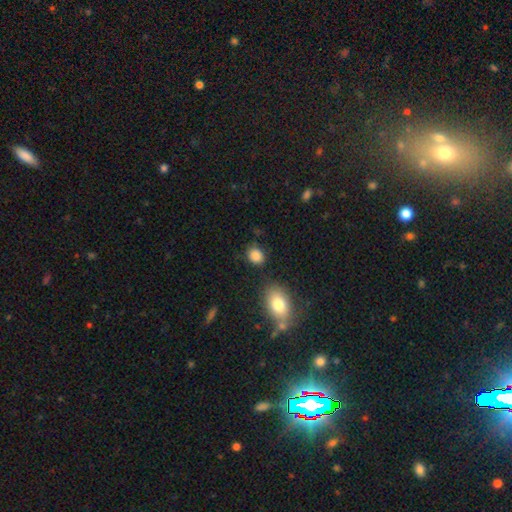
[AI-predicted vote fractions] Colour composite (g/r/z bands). It shows a smooth galaxy with no disk features (86%) that is round (53%). Merging: none (77%).